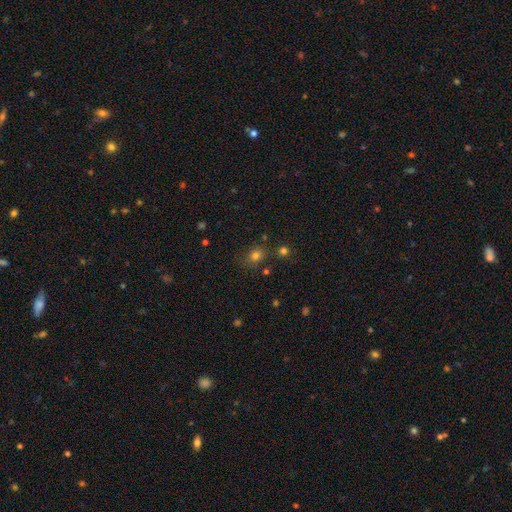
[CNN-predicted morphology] Smooth or featured? Predicted: smooth (p=0.74). How rounded? Predicted: round (p=0.68). Merging? Predicted: none (p=0.75).